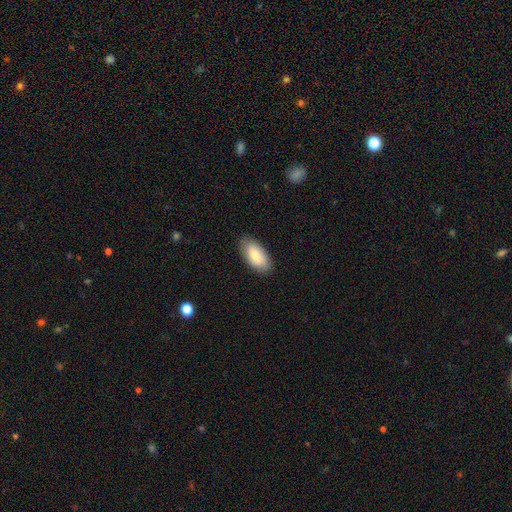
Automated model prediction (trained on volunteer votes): Q: Smooth or featured?
A: smooth (82%); runner-up: featured or disk (12%)
Q: How rounded?
A: in between (93%); runner-up: cigar-shaped (5%)
Q: Merging?
A: none (86%); runner-up: minor disturbance (11%)